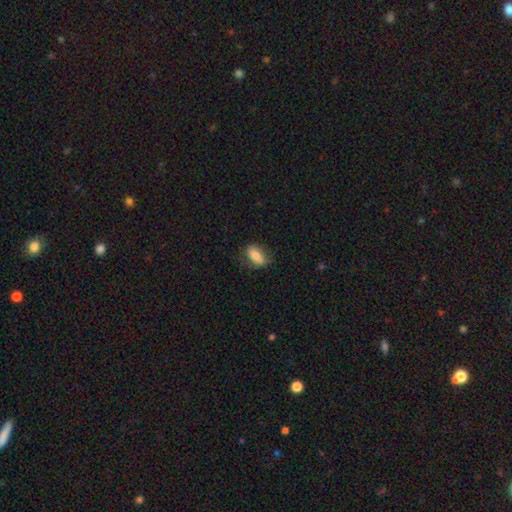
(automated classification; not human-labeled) smooth_or_featured: smooth (p=0.77) [alt: featured or disk p=0.15]
how_rounded: in between (p=0.86) [alt: cigar-shaped p=0.08]
merging: none (p=0.75) [alt: minor disturbance p=0.19]